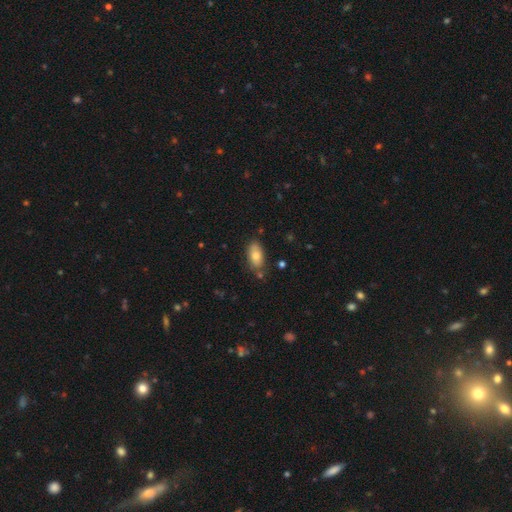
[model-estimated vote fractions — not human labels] smooth 79%, featured or disk 14%, star or artifact 7%. Down the decision tree: how rounded — in between (91%); merging — none (76%).